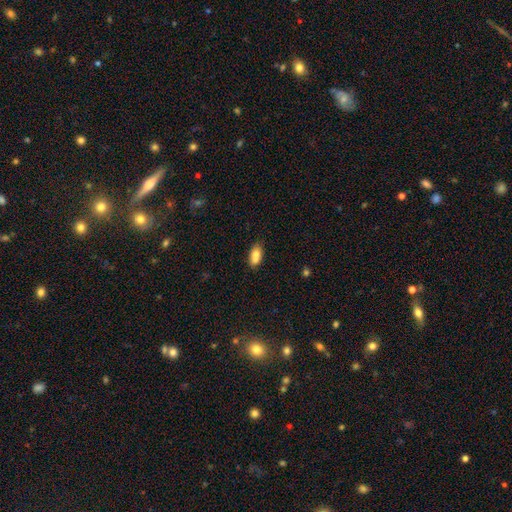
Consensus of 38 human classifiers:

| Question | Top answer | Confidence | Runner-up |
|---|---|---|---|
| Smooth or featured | smooth | 71% | featured or disk (21%) |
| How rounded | in between | 93% | round (7%) |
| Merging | none | 57% | merger (34%) |